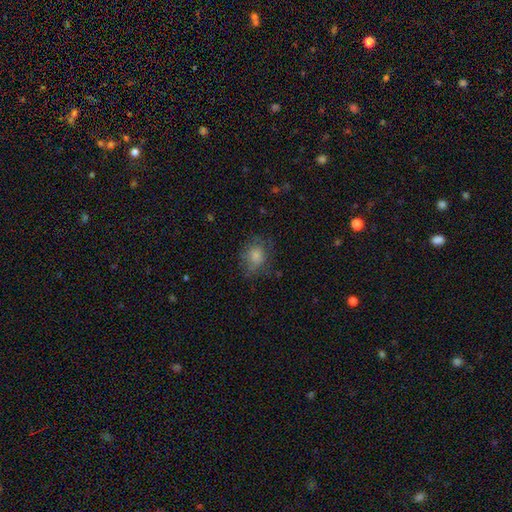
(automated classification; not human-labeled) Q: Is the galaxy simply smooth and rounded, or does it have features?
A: smooth — 68%.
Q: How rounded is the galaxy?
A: round — 60%.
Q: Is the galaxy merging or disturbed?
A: none — 67%.